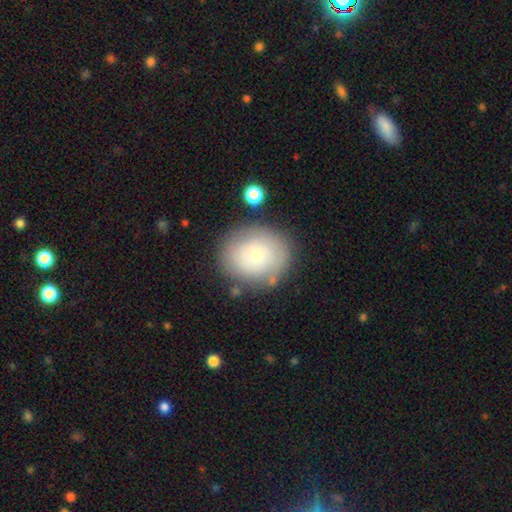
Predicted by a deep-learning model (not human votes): Morphology: type=smooth (66%); roundness=round (72%); merging=none (77%).